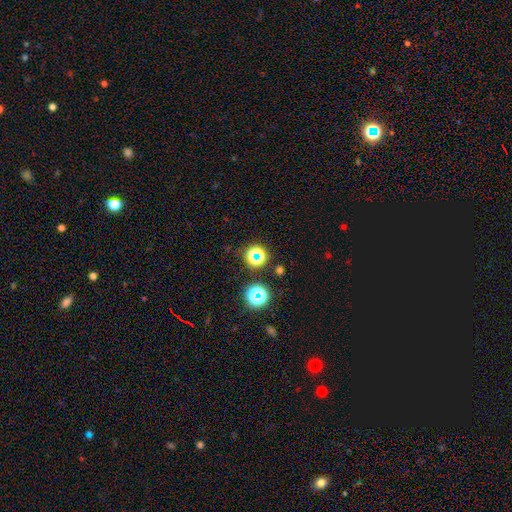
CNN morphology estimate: Smooth or featured? Predicted: star or artifact (p=0.60).